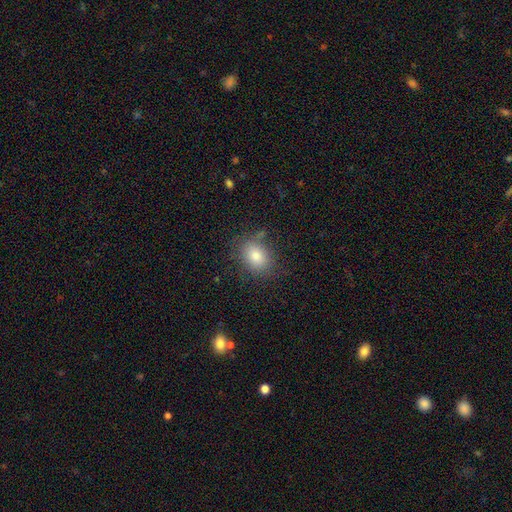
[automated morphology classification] type=smooth (81%); roundness=in between (63%); merging=none (78%).